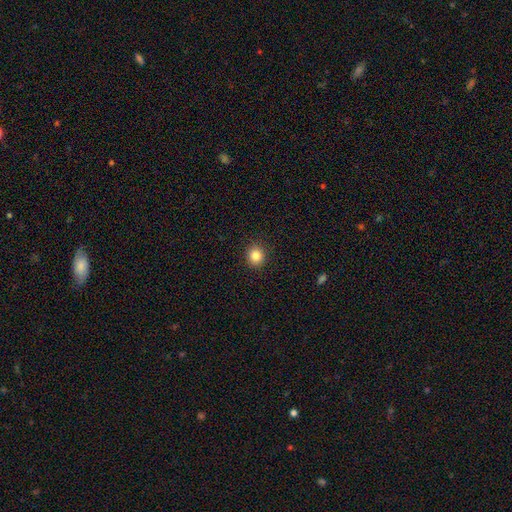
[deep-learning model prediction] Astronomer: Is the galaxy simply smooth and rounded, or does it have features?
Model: smooth — 84%.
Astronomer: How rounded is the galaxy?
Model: round — 89%.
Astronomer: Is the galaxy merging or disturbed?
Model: none — 92%.